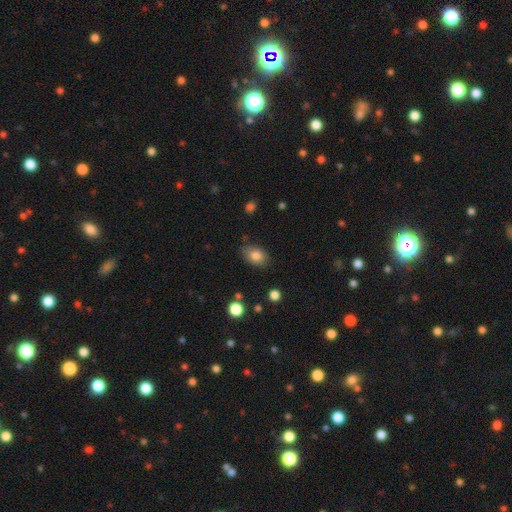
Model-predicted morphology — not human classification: This is clearly a smooth galaxy (81%). How rounded: clearly in between (82%). Merging: clearly none (81%).